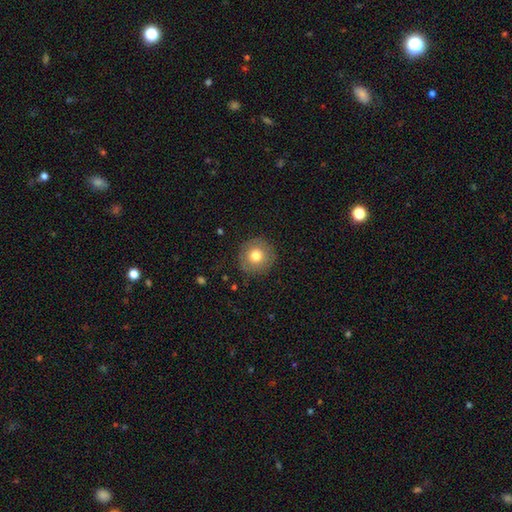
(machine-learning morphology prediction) Smooth or featured? smooth (73%)
How rounded? round (95%)
Merging? none (88%)